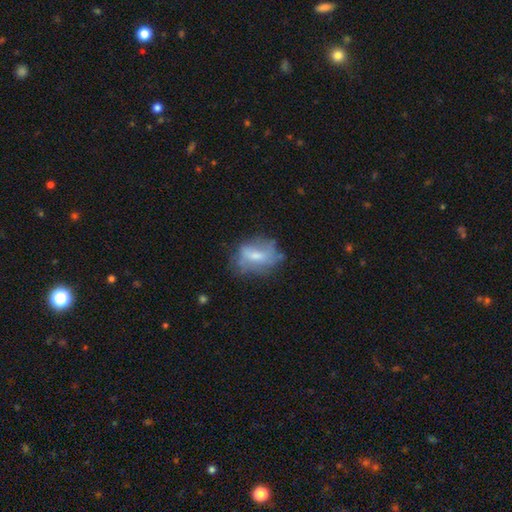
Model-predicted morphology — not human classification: Smooth or featured: smooth — 48% (featured or disk — 43%)
Merging: none — 49% (minor disturbance — 29%)